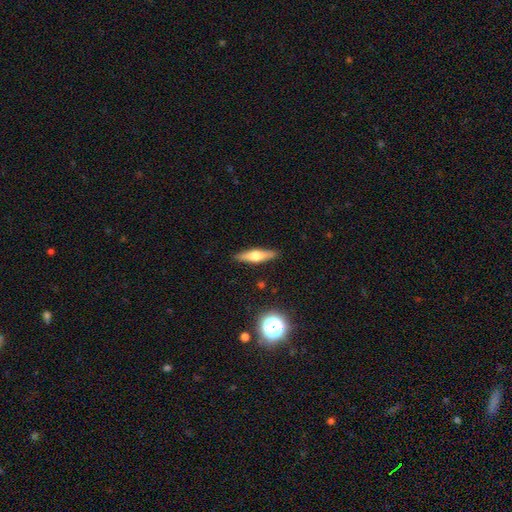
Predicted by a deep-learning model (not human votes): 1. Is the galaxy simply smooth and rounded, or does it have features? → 49% featured or disk, 44% smooth, 7% star or artifact.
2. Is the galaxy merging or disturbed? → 90% none, 7% minor disturbance, 2% major disturbance, 1% merger.